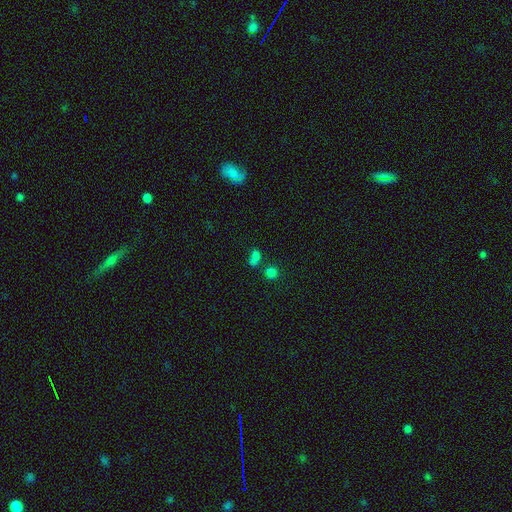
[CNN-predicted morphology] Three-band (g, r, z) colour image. It shows a smooth galaxy with no disk features (64%) that is in between round and cigar-shaped (52%). Merging: merger (41%).